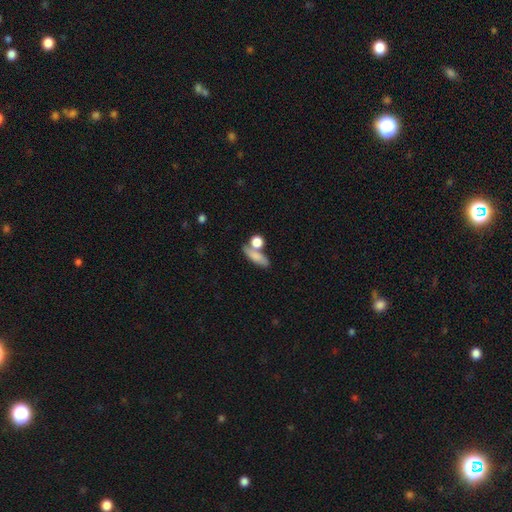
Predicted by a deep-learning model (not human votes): The model was most divided on "how rounded": in between: 51%, cigar-shaped: 33%, round: 16%. Remaining: smooth or featured — smooth (76%); merging — none (49%).